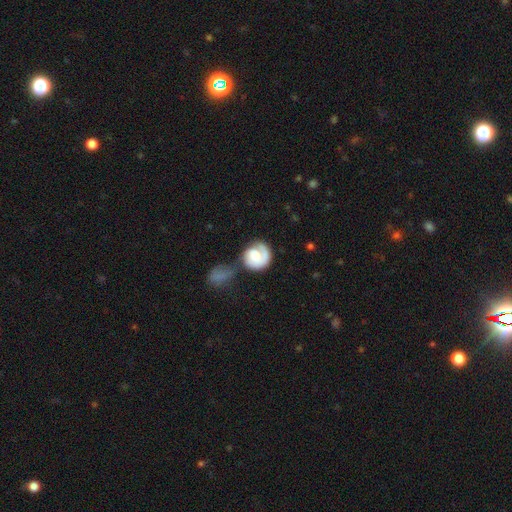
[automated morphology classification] Smooth or featured: featured or disk — 64% (smooth — 30%)
Edge-on disk: no — 98% (yes — 2%)
Bar: no — 72% (weak — 24%)
Spiral arms: yes — 85% (no — 15%)
Spiral winding: tight — 54% (medium — 28%)
Spiral arm count: 1 — 78% (2 — 11%)
Bulge size: moderate — 45% (large — 25%)
Merging: none — 41% (major disturbance — 24%)